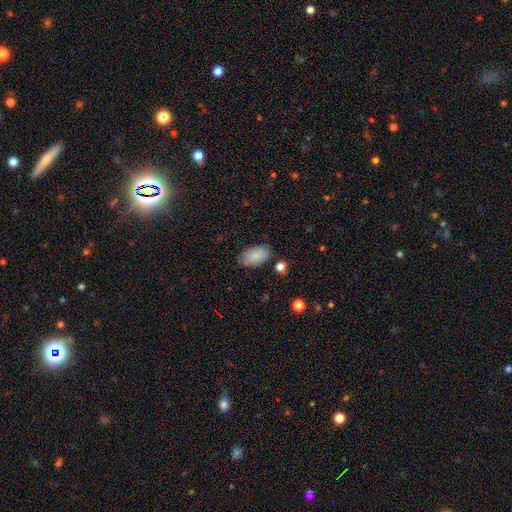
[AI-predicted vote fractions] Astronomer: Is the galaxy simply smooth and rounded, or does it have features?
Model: smooth — 84%.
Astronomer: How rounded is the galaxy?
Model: in between — 94%.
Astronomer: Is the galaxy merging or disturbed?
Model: none — 78%.